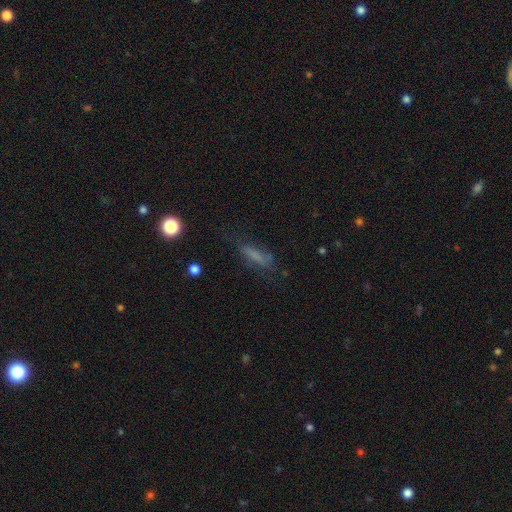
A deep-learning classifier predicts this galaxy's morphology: This is likely a smooth galaxy (64%). How rounded: likely cigar-shaped (69%). Merging: likely none (63%).